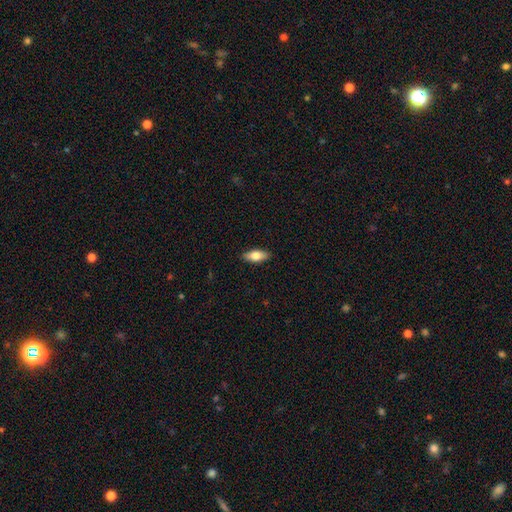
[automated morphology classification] Smooth or featured? Predicted: smooth (p=0.76). How rounded? Predicted: in between (p=0.80). Merging? Predicted: none (p=0.89).